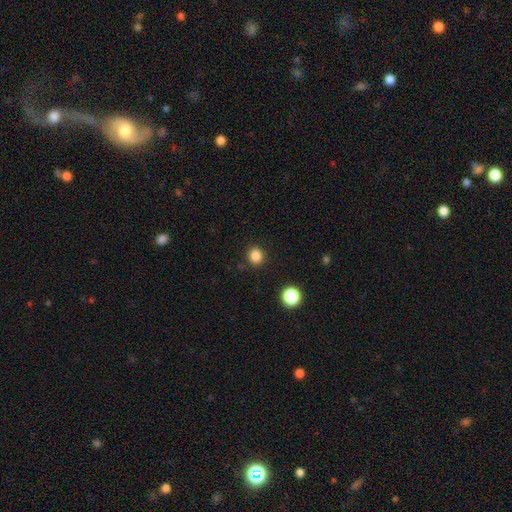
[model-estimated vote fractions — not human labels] This appears to be a smooth galaxy with no disk features (84%) that is round (82%). Merging: none (88%).